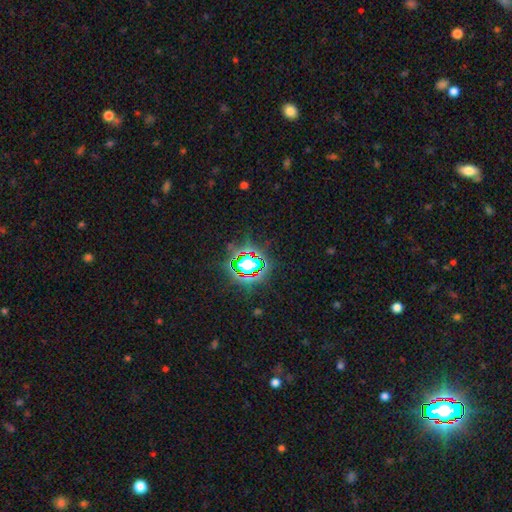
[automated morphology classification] Q: Smooth or featured?
A: star or artifact (82%); runner-up: smooth (11%)